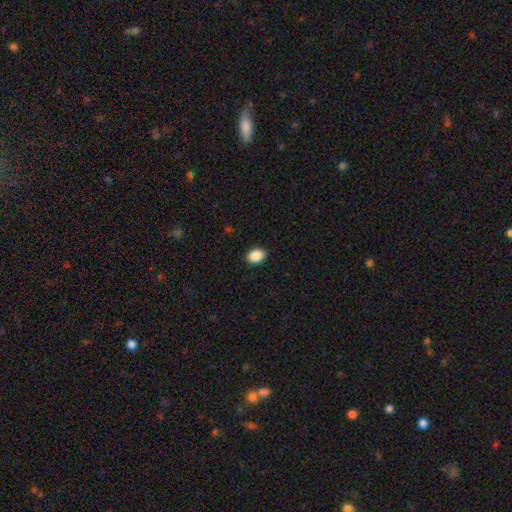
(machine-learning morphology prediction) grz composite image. It shows a smooth galaxy with no disk features (89%) that is in between round and cigar-shaped (72%). Merging: none (90%).